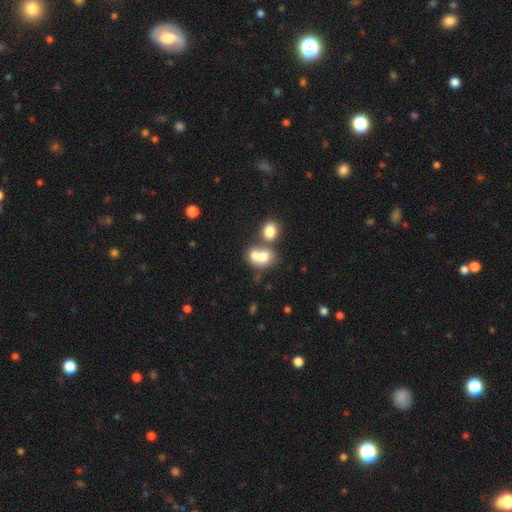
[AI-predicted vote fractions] Overall: smooth (70%). How rounded: round (59%; in between 40%). Merging: merger (65%).